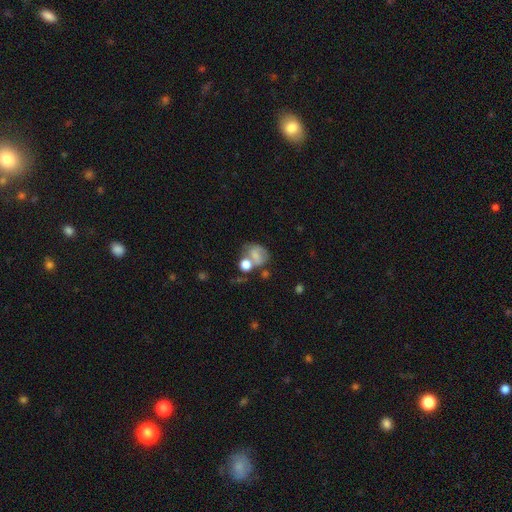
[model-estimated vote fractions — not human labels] A smooth galaxy with no disk features (58%) that is round (56%). Merging: none (32%, tied with merger).